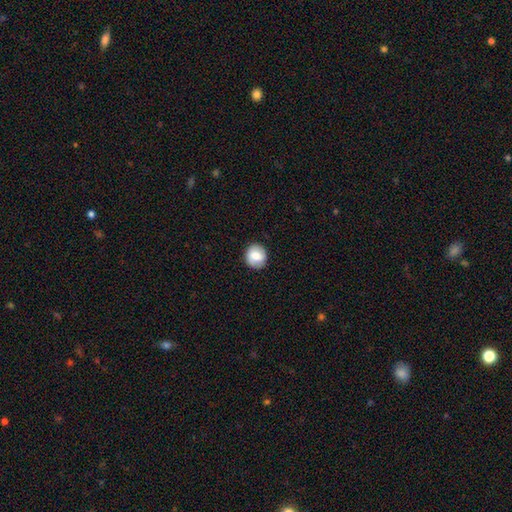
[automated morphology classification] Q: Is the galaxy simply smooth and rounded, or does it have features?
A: smooth — 75%.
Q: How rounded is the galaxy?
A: round — 86%.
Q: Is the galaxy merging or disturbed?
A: none — 89%.